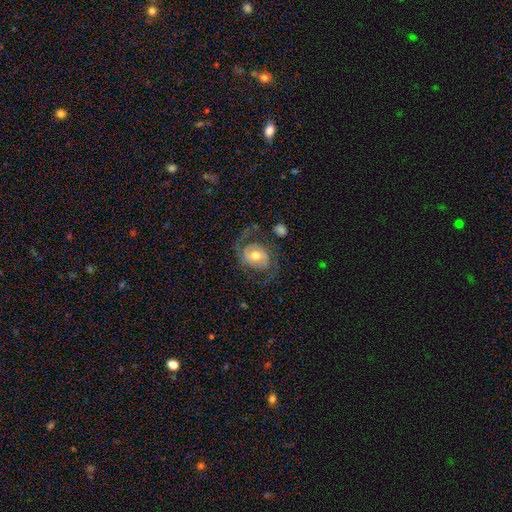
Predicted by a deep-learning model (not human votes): A featured or disk galaxy (72%) with no bar (52%), 2 (83%) medium (45%) spiral arms (87%) and a moderate central bulge (73%).

Vote fractions:
- Smooth or featured? featured or disk: 72% / smooth: 22% / star or artifact: 7%
- Edge-on disk? no: 97% / yes: 3%
- Bar? no: 52% / weak: 35% / strong: 13%
- Spiral arms? yes: 87% / no: 13%
- Spiral winding? medium: 45% / loose: 38% / tight: 17%
- Spiral arm count? 2: 83% / 1: 7% / can't tell: 6% / 3: 2% / 4: 1% / more than 4: 1%
- Bulge size? moderate: 73% / small: 15% / large: 9% / dominant: 1% / none: 1%
- Merging? none: 58% / major disturbance: 22% / minor disturbance: 17% / merger: 3%